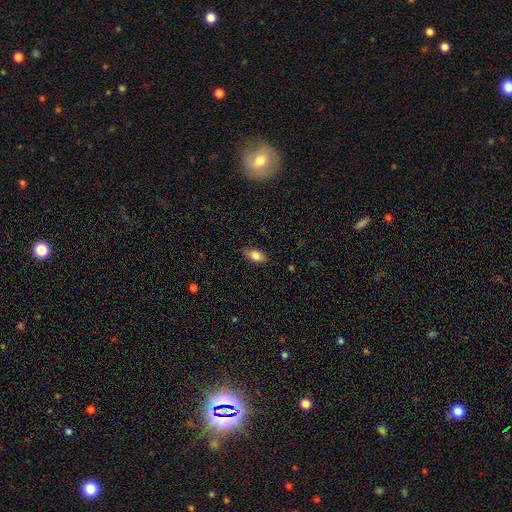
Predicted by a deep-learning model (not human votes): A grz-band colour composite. It shows a smooth galaxy with no disk features (83%) that is in between round and cigar-shaped (87%). Merging: none (81%).